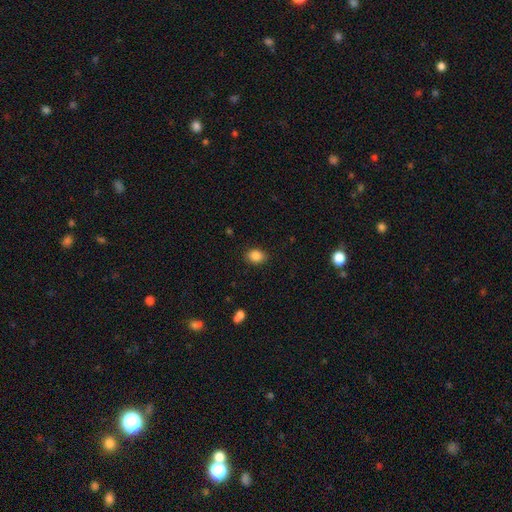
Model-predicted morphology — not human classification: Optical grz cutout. It shows a smooth galaxy with no disk features (86%) that is in between round and cigar-shaped (64%). Merging: none (87%).